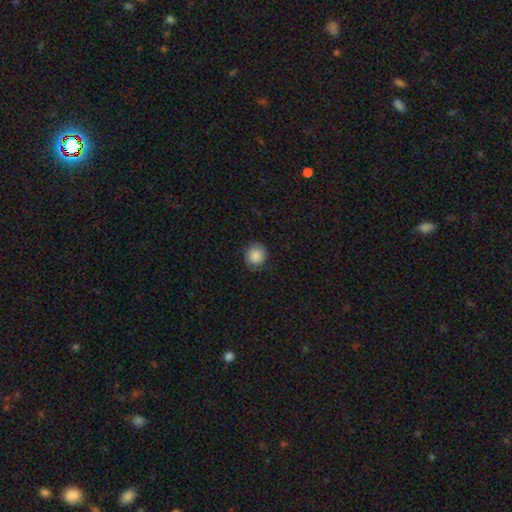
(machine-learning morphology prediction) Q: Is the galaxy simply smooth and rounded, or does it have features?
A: smooth — 87%.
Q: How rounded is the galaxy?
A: round — 87%.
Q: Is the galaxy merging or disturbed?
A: none — 82%.